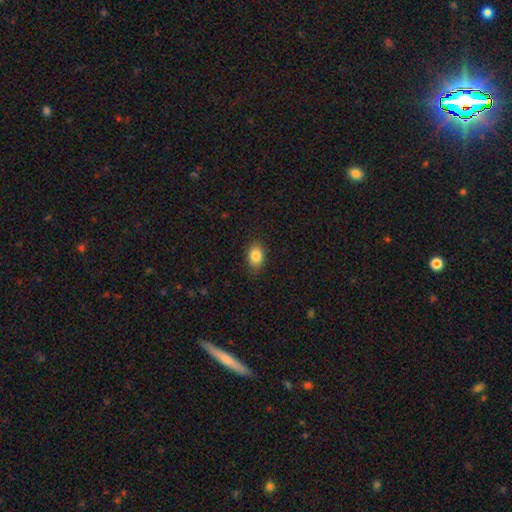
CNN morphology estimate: A smooth galaxy with no disk features (85%) that is in between round and cigar-shaped (77%). Merging: none (87%).